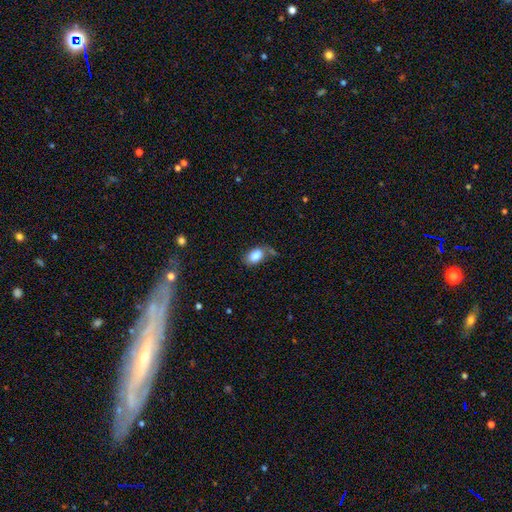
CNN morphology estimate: smooth-or-featured: smooth: 84% | featured or disk: 8% | star or artifact: 8%
  how-rounded: in between: 87% | round: 12% | cigar-shaped: 1%
  merging: none: 64% | minor disturbance: 21% | merger: 9% | major disturbance: 6%